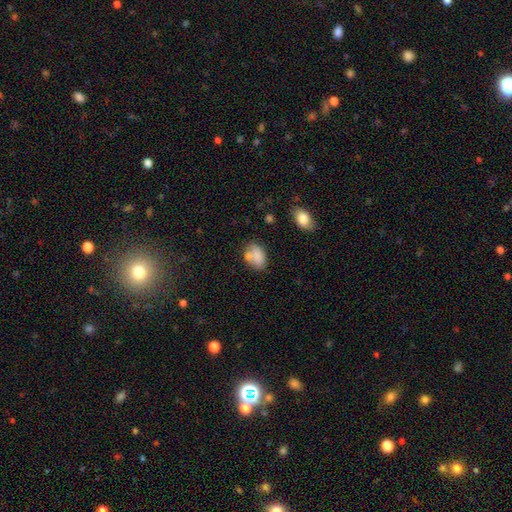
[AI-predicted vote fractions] smooth 79%, featured or disk 12%, star or artifact 9%. Down the decision tree: how rounded — in between (86%); merging — none (51%).